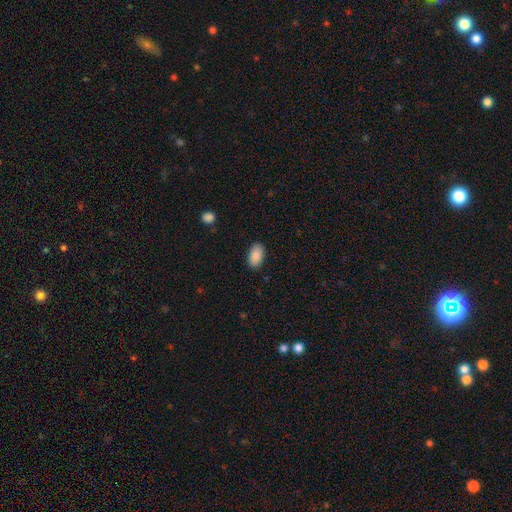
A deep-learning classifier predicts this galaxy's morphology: This is clearly a smooth galaxy (89%). How rounded: clearly in between (94%). Merging: clearly none (87%).